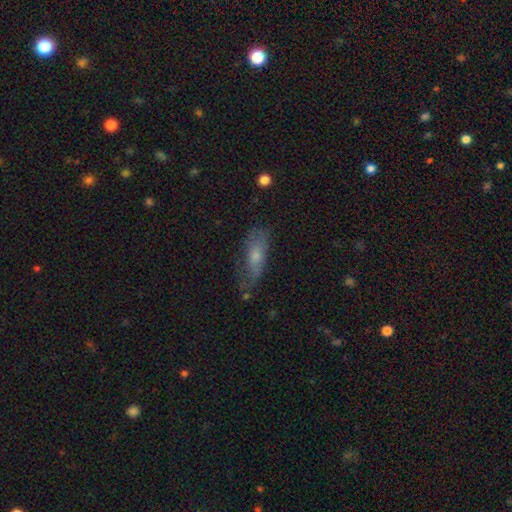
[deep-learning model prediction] The model was most divided on "smooth or featured": smooth: 58%, featured or disk: 34%, star or artifact: 8%. More confident: how rounded — in between (65%); merging — none (54%).